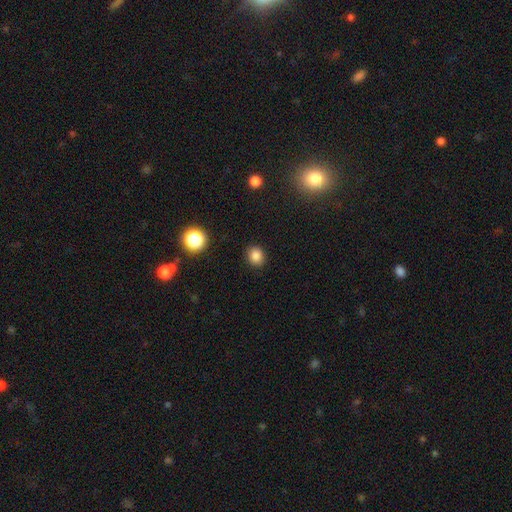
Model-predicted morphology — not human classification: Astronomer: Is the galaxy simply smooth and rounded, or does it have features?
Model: smooth — 84%.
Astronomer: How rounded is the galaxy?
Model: round — 77%.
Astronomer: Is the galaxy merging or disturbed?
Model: none — 90%.